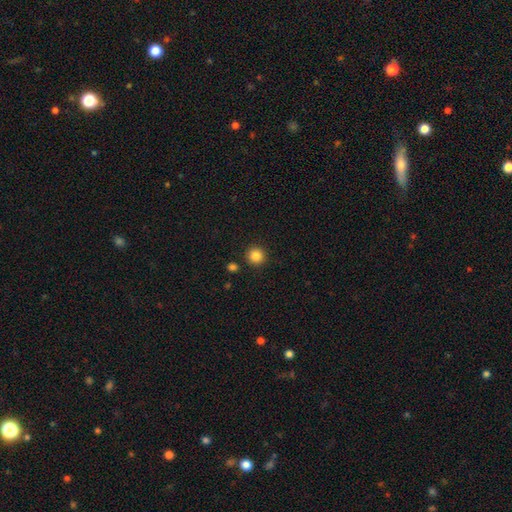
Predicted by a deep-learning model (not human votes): This appears to be a smooth galaxy with no disk features (86%) that is round (94%). Merging: none (90%).